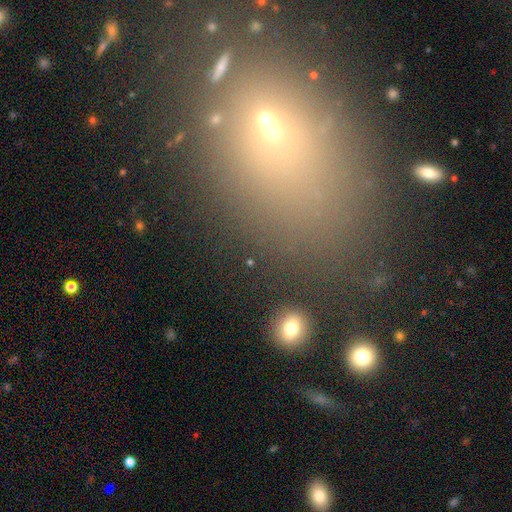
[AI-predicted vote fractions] A smooth galaxy with no disk features (46%).

Vote fractions:
- Smooth or featured? smooth: 46% / star or artifact: 41% / featured or disk: 13%
- Merging? none: 72% / minor disturbance: 13% / merger: 8% / major disturbance: 7%